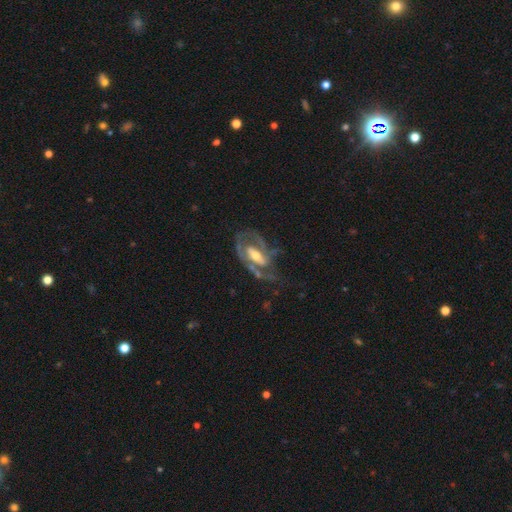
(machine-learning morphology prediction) featured or disk 83%, smooth 11%, star or artifact 5%. Down the decision tree: edge-on disk — no (95%); bar — weak (40%); spiral arms — yes (83%); spiral arm count — 2 (52%); spiral winding — medium (42%); bulge size — moderate (60%); merging — none (40%).